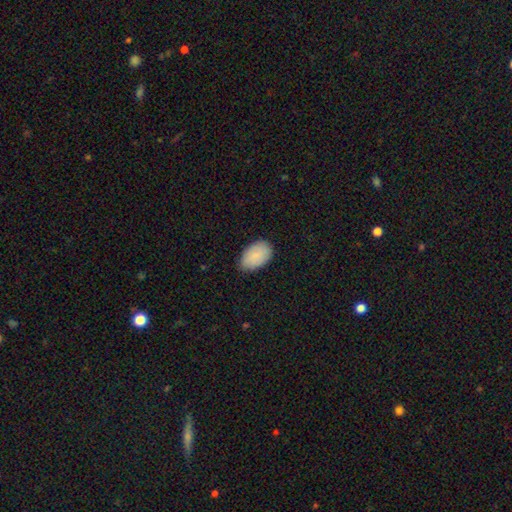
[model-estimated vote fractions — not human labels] Smooth or featured: smooth — 89% (star or artifact — 6%)
How rounded: in between — 93% (round — 6%)
Merging: none — 81% (minor disturbance — 16%)